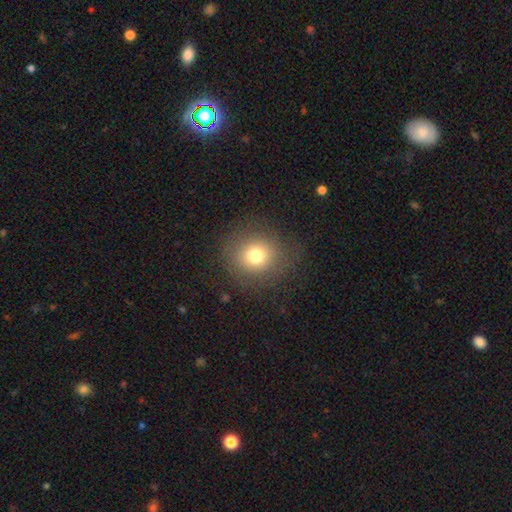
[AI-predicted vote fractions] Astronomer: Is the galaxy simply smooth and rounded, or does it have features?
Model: smooth — 74%.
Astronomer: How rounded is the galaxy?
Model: round — 89%.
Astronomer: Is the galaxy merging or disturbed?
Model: none — 85%.